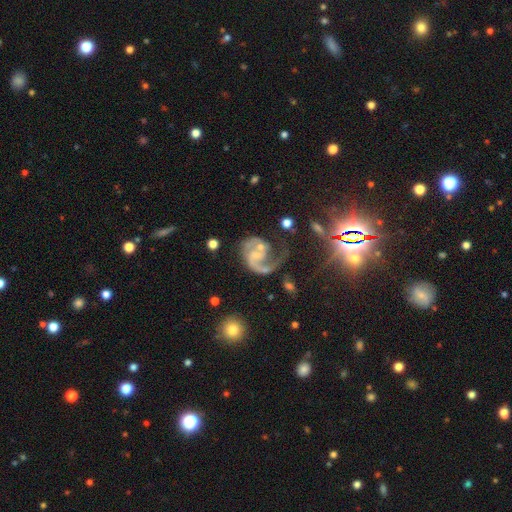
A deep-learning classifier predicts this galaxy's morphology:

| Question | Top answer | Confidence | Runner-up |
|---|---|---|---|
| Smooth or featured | featured or disk | 87% | smooth (7%) |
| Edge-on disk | no | 98% | yes (2%) |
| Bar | no | 57% | weak (35%) |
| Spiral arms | yes | 94% | no (6%) |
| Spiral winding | medium | 50% | loose (34%) |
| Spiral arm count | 2 | 58% | 1 (33%) |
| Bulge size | small | 59% | moderate (22%) |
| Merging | none | 38% | major disturbance (31%) |